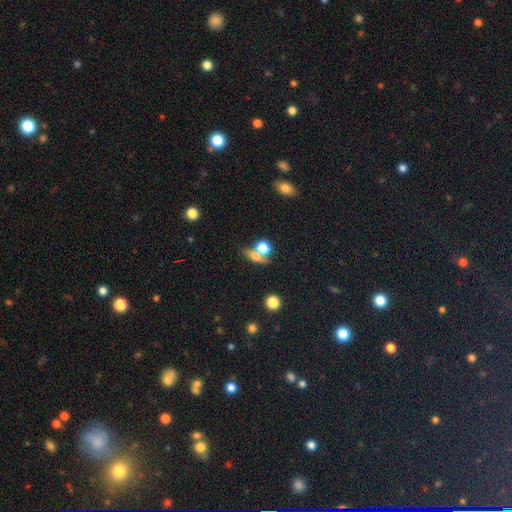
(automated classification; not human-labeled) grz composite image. It shows a smooth galaxy with no disk features (65%) that is in between round and cigar-shaped (44%). Merging: merger (45%).